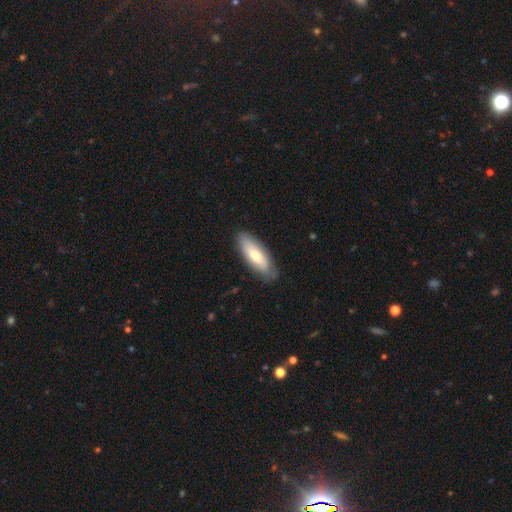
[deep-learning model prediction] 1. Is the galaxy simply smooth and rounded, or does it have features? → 65% smooth, 29% featured or disk, 6% star or artifact.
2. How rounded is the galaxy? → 66% in between, 32% cigar-shaped, 2% round.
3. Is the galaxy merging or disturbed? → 82% none, 14% minor disturbance, 3% major disturbance, 1% merger.